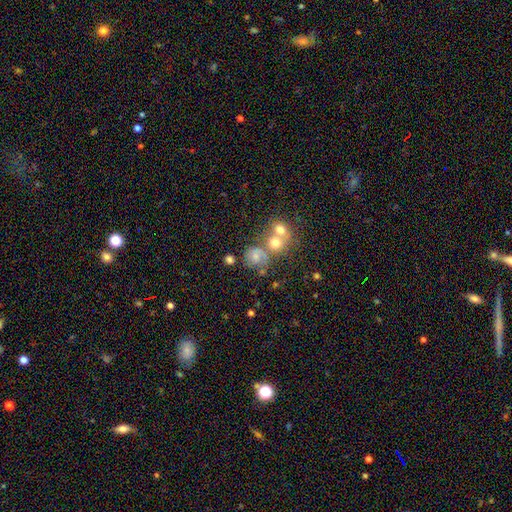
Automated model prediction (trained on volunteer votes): Q: Smooth or featured?
A: smooth (48%); runner-up: featured or disk (37%)
Q: Merging?
A: none (41%); runner-up: merger (35%)